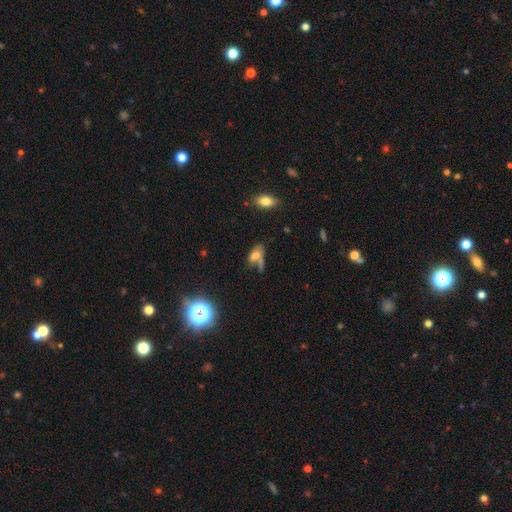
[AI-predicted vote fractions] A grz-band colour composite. It shows a smooth galaxy with no disk features (61%) that is in between round and cigar-shaped (83%). Merging: none (33%).